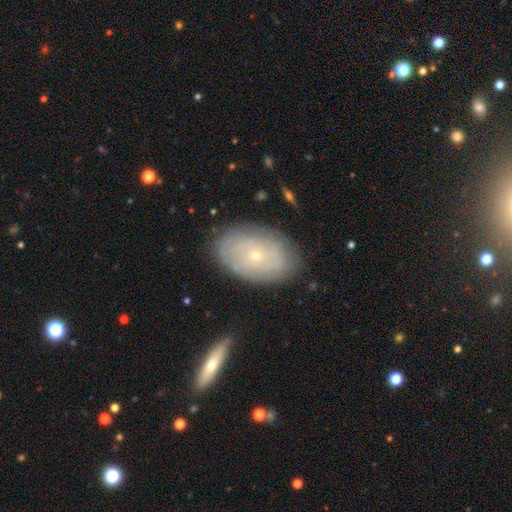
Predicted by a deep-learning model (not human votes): featured or disk 60%, smooth 33%, star or artifact 7%. Down the decision tree: edge-on disk — no (93%); bar — no (88%); spiral arms — yes (62%); bulge size — small (82%); merging — none (80%).